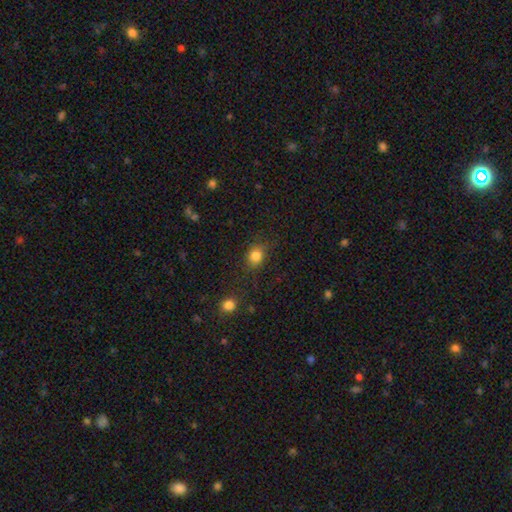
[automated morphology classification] The model was most divided on "how rounded": round: 59%, in between: 40%, cigar-shaped: 1%. More confident: smooth or featured — smooth (83%); merging — none (77%).